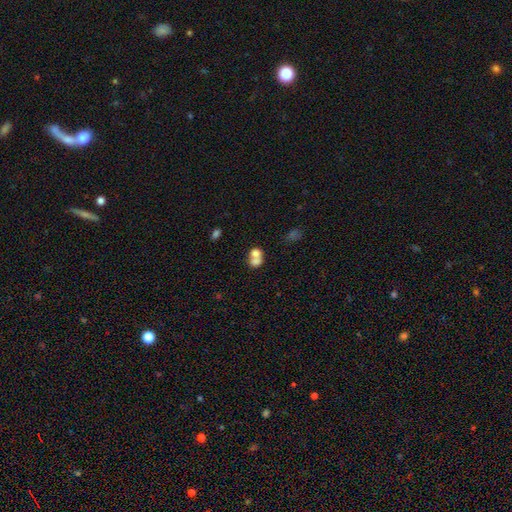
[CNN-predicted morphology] smooth 71%, featured or disk 19%, star or artifact 10%. Down the decision tree: how rounded — round (55%); merging — merger (68%).